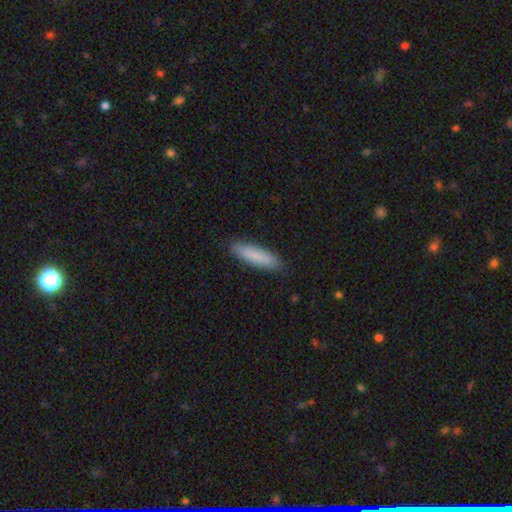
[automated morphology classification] The model was most divided on "how rounded": cigar-shaped: 76%, in between: 23%, round: 1%. More confident: merging — none (89%); smooth or featured — smooth (86%).